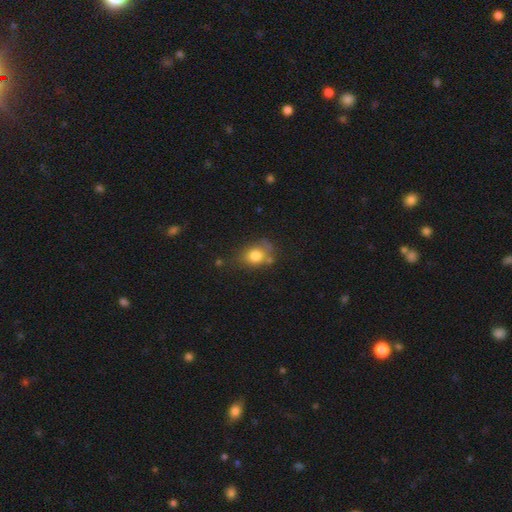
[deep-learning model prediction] smooth 79%, featured or disk 11%, star or artifact 10%. Down the decision tree: how rounded — in between (51%); merging — none (57%).